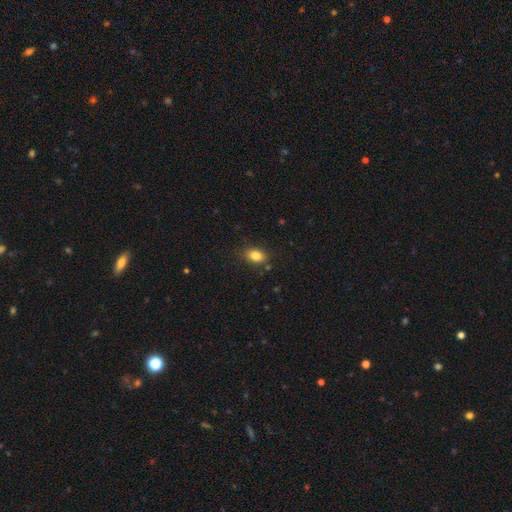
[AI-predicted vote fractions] smooth 84%, star or artifact 9%, featured or disk 7%. Down the decision tree: how rounded — in between (82%); merging — none (83%).